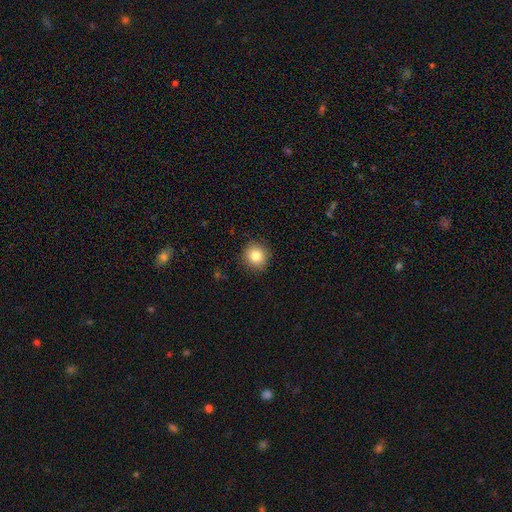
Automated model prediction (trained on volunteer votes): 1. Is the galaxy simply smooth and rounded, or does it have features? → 82% smooth, 10% star or artifact, 7% featured or disk.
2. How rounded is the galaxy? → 90% round, 9% in between, 1% cigar-shaped.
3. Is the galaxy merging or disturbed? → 90% none, 7% minor disturbance, 2% major disturbance, 1% merger.